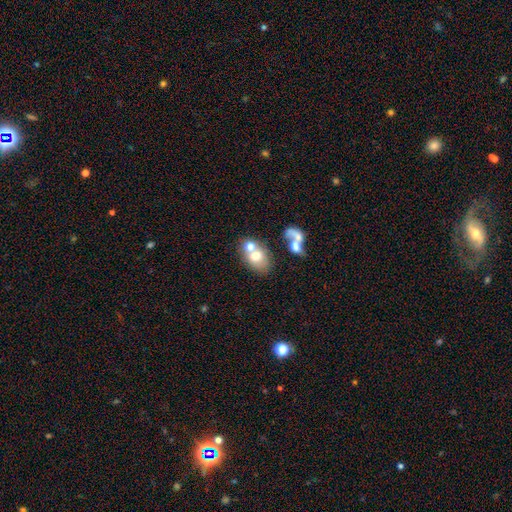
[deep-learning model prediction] smooth_or_featured: smooth (p=0.64) [alt: featured or disk p=0.26]
how_rounded: in between (p=0.65) [alt: round p=0.33]
merging: merger (p=0.49) [alt: none p=0.32]